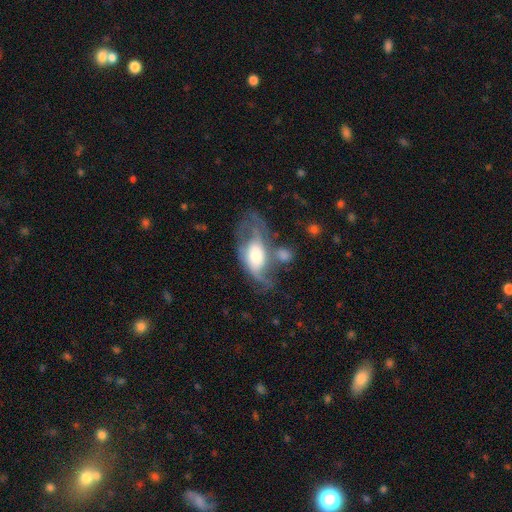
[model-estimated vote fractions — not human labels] A featured or disk galaxy (58%) with no bar (63%), spiral arms (69%) and a moderate central bulge (40%). Merging: major disturbance (36%).